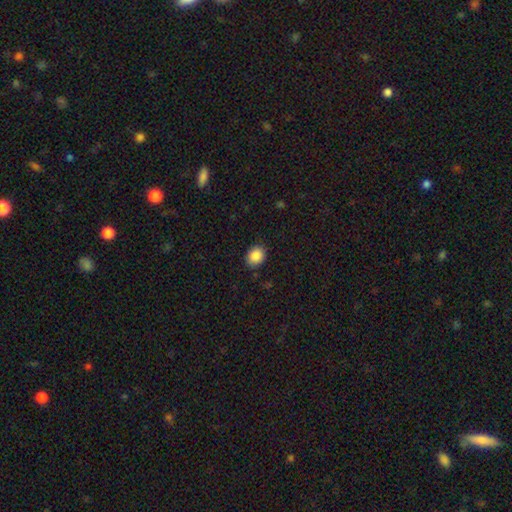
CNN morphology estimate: Q: Smooth or featured?
A: smooth (88%); runner-up: star or artifact (8%)
Q: How rounded?
A: round (52%); runner-up: in between (47%)
Q: Merging?
A: none (86%); runner-up: minor disturbance (10%)